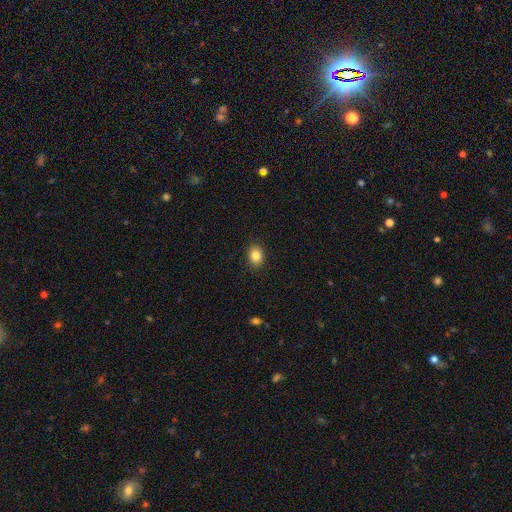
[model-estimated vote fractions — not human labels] Smooth or featured? Predicted: smooth (p=0.85). How rounded? Predicted: in between (p=0.60). Merging? Predicted: none (p=0.90).